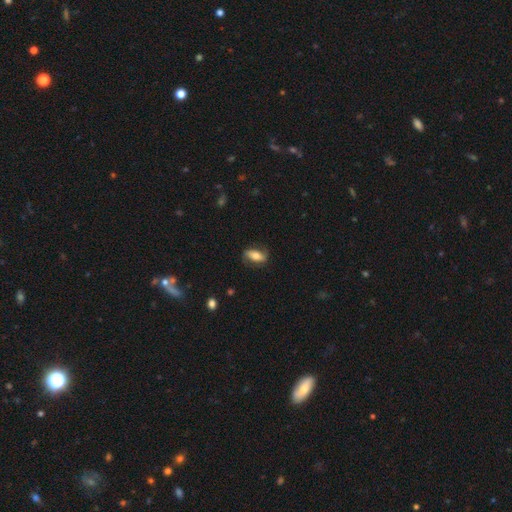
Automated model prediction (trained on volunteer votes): This appears to be a smooth galaxy with no disk features (52%) that is in between round and cigar-shaped (80%). Merging: none (74%).